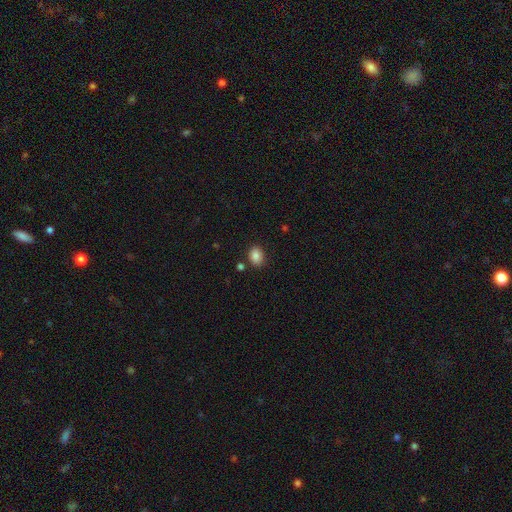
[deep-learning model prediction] Smooth or featured? smooth (86%)
How rounded? in between (62%)
Merging? none (83%)